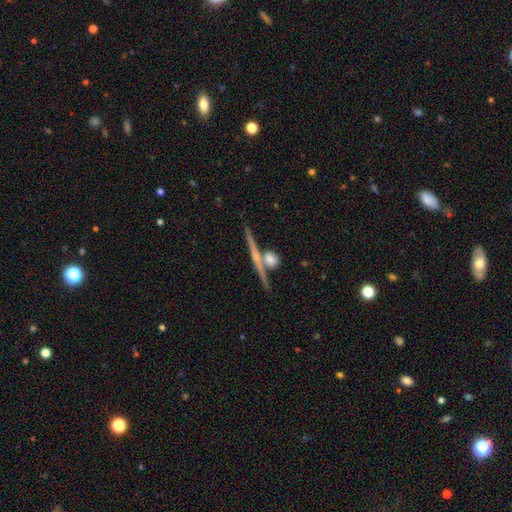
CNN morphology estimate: This appears to be a featured or disk galaxy (58%) viewed edge-on (79%). Merging: none (57%).